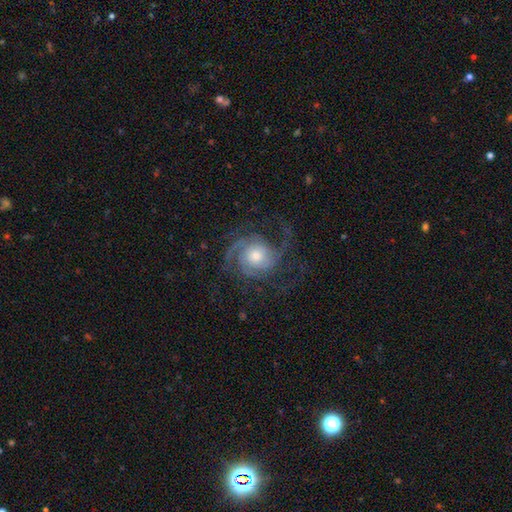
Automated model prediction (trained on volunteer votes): Smooth or featured: featured or disk — 88% (smooth — 7%)
Edge-on disk: no — 98% (yes — 2%)
Bar: no — 75% (weak — 20%)
Spiral arms: yes — 98% (no — 2%)
Spiral winding: medium — 45% (tight — 40%)
Spiral arm count: 3 — 44% (2 — 23%)
Bulge size: moderate — 61% (small — 21%)
Merging: none — 67% (major disturbance — 17%)